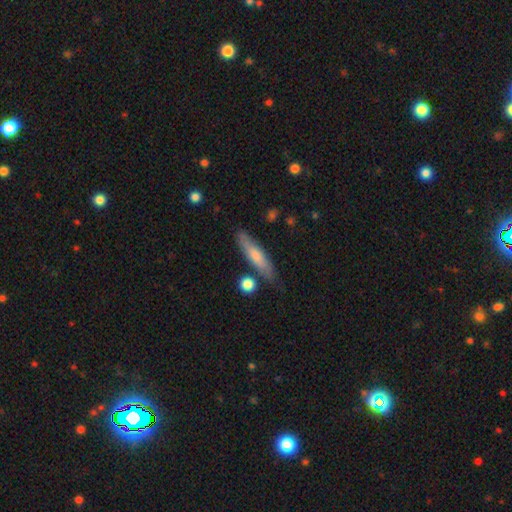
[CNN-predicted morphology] A smooth galaxy with no disk features (61%) that is cigar-shaped (82%). Merging: none (80%).